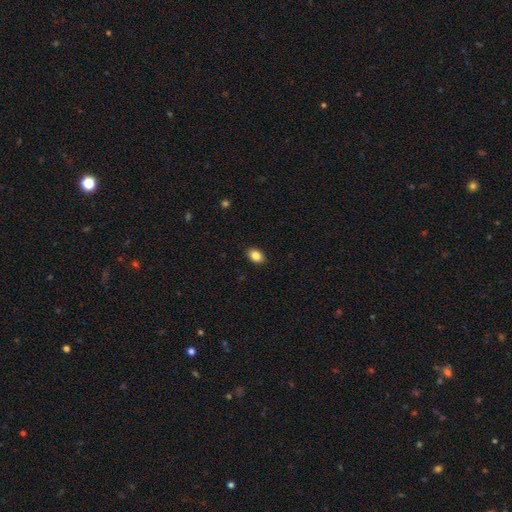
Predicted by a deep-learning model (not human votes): Smooth or featured? Predicted: smooth (p=0.86). How rounded? Predicted: in between (p=0.82). Merging? Predicted: none (p=0.90).